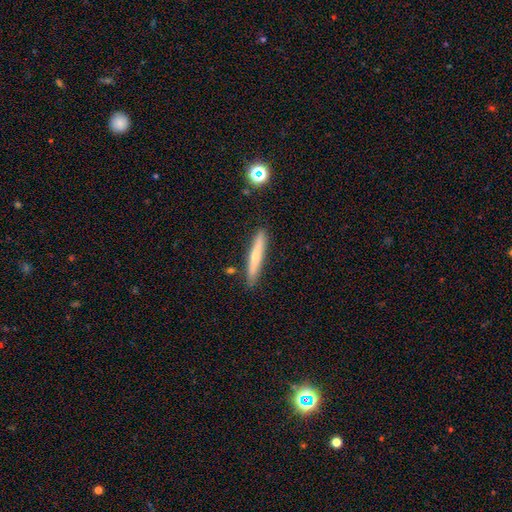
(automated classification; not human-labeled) This appears to be a smooth galaxy with no disk features (55%) that is cigar-shaped (94%). Merging: none (87%).